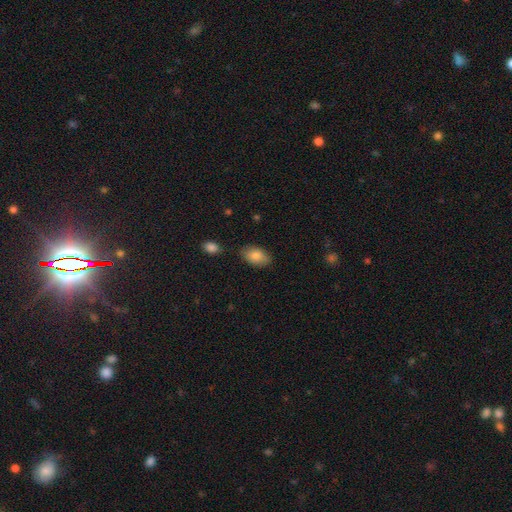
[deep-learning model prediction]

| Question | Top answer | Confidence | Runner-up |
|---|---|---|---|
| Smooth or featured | smooth | 84% | featured or disk (9%) |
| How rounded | in between | 91% | round (7%) |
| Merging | none | 77% | minor disturbance (17%) |